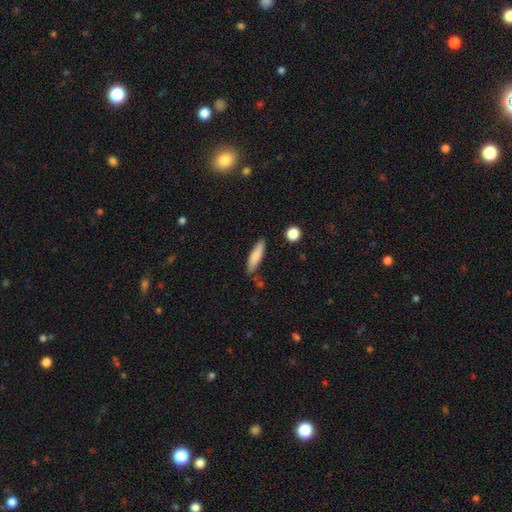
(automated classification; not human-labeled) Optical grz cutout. It shows a smooth galaxy with no disk features (79%) that is cigar-shaped (73%). Merging: none (78%).